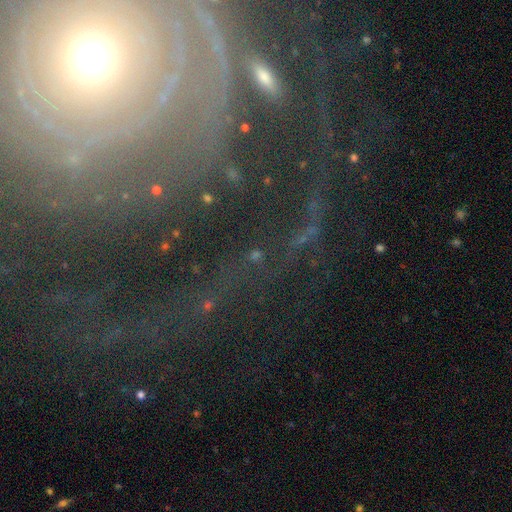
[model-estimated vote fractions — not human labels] The model was most divided on "smooth or featured": star or artifact: 45%, featured or disk: 39%, smooth: 15%.